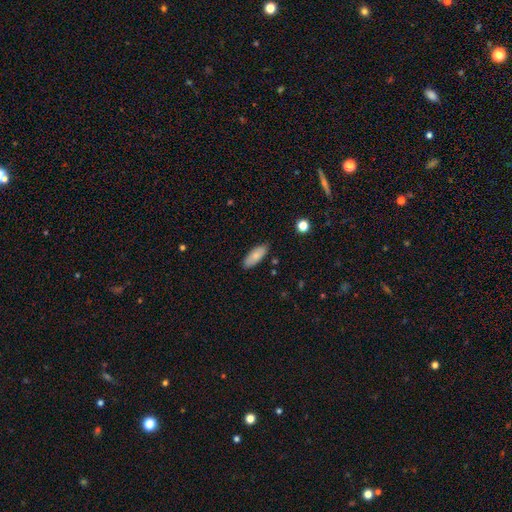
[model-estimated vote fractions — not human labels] The model was most divided on "how rounded": in between: 77%, cigar-shaped: 21%, round: 2%. More confident: merging — none (86%); smooth or featured — smooth (80%).